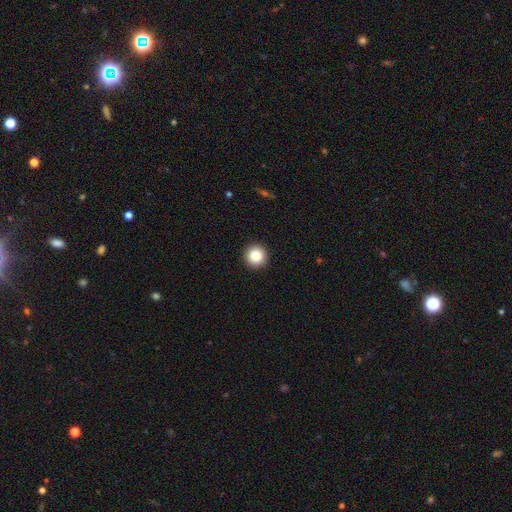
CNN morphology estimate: This is clearly a smooth galaxy (87%). How rounded: clearly round (96%). Merging: clearly none (93%).